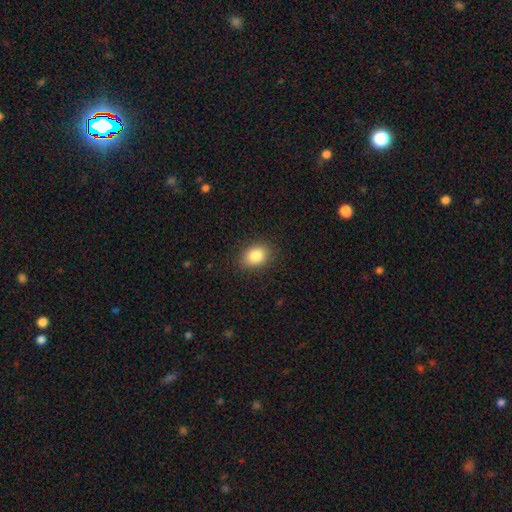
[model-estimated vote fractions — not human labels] smooth 85%, star or artifact 9%, featured or disk 6%. Down the decision tree: how rounded — in between (69%); merging — none (86%).